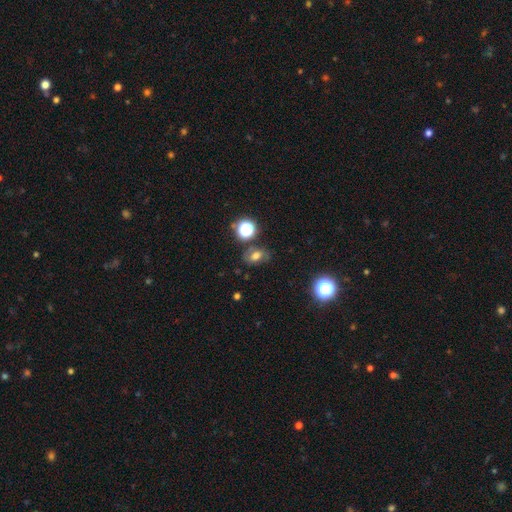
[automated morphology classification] Smooth or featured? Predicted: smooth (p=0.50). Merging? Predicted: none (p=0.69).